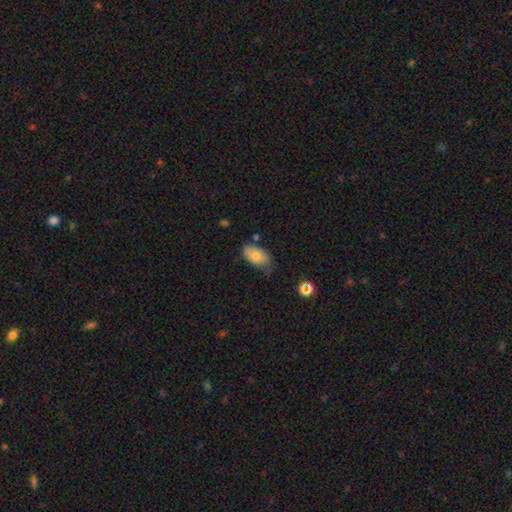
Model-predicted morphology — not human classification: type=smooth (80%); roundness=in between (93%); merging=none (60%).